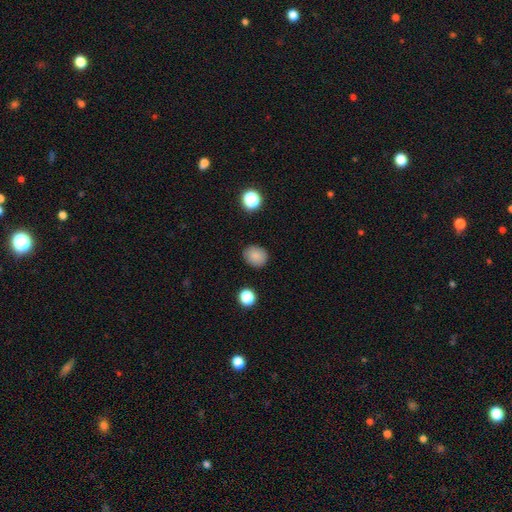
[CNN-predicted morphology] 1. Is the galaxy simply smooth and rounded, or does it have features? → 85% smooth, 11% star or artifact, 5% featured or disk.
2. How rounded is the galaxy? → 68% round, 31% in between, 1% cigar-shaped.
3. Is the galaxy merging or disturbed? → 87% none, 9% minor disturbance, 3% major disturbance, 1% merger.